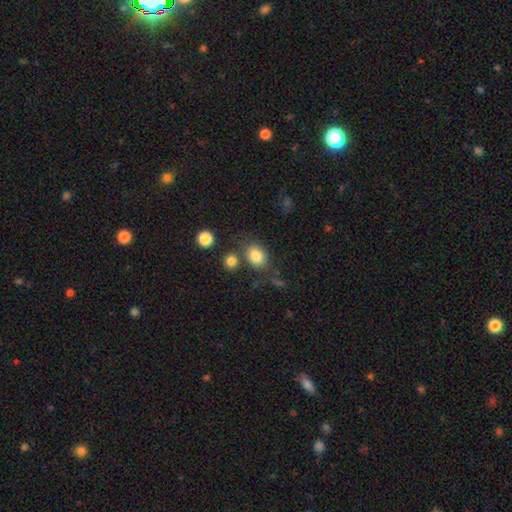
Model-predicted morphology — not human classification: type=smooth (82%); roundness=round (50%); merging=none (70%).